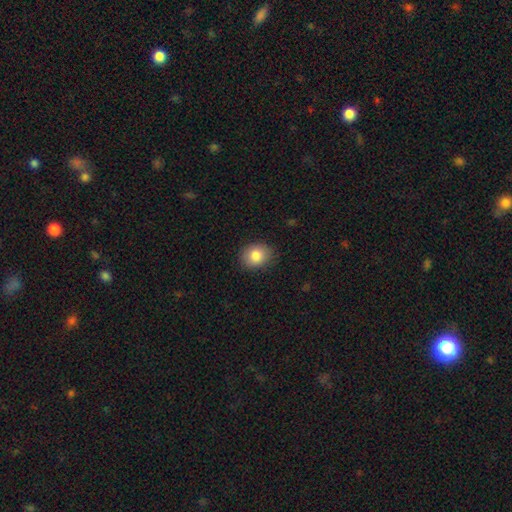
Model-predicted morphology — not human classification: Smooth or featured?
  - smooth: 84% *
  - star or artifact: 9%
  - featured or disk: 7%
How rounded?
  - round: 56% *
  - in between: 43%
  - cigar-shaped: 1%
Merging?
  - none: 87% *
  - minor disturbance: 9%
  - major disturbance: 2%
  - merger: 1%